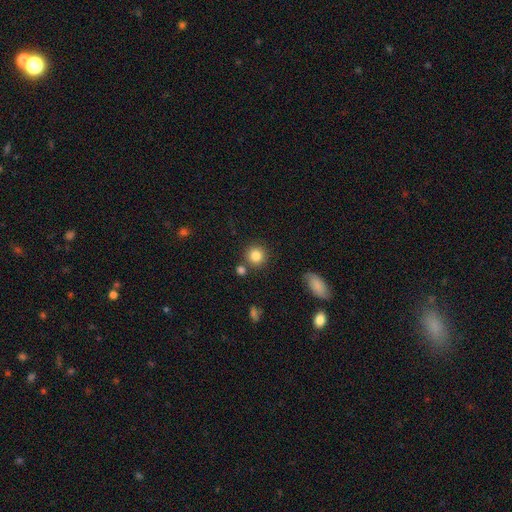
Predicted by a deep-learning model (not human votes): Overall: smooth (85%). How rounded: round (91%). Merging: none (80%).